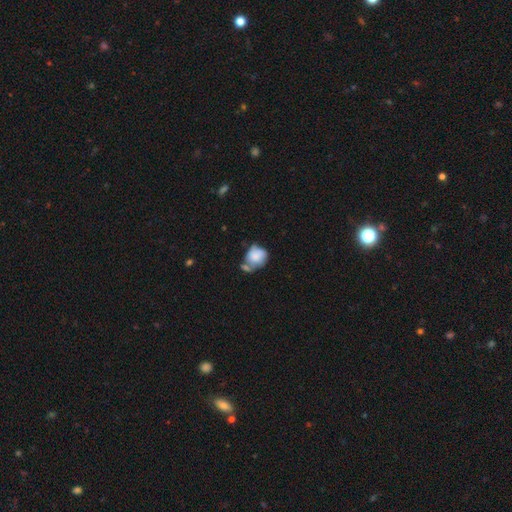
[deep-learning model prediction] This appears to be a smooth galaxy with no disk features (68%) that is round (58%). Merging: merger (31%).